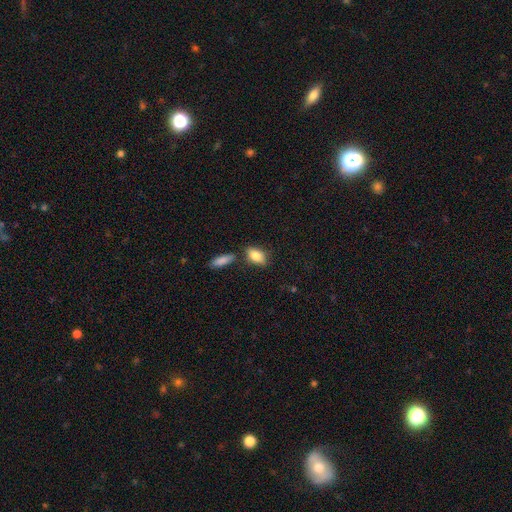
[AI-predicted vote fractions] Smooth or featured: smooth — 83% (featured or disk — 10%)
How rounded: in between — 87% (round — 7%)
Merging: none — 71% (minor disturbance — 14%)